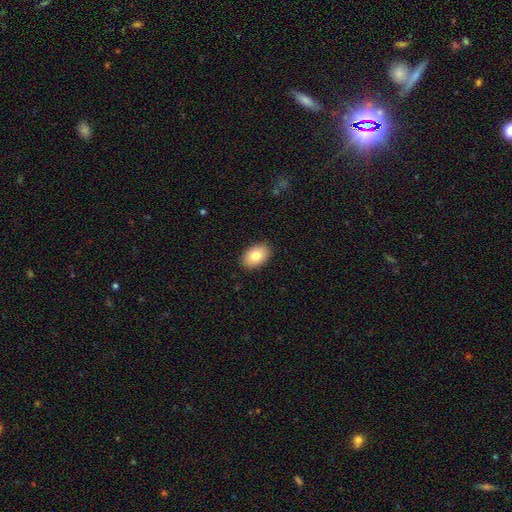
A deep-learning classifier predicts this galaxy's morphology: Smooth or featured?
  - smooth: 81% *
  - featured or disk: 12%
  - star or artifact: 7%
How rounded?
  - in between: 88% *
  - round: 11%
  - cigar-shaped: 1%
Merging?
  - none: 90% *
  - minor disturbance: 7%
  - major disturbance: 2%
  - merger: 1%